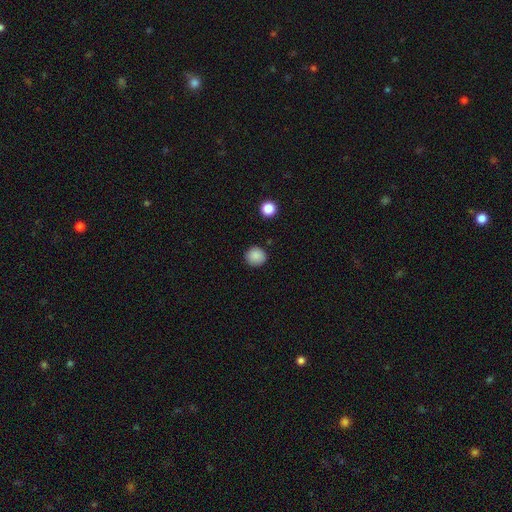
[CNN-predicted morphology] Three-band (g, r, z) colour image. It shows a smooth galaxy with no disk features (87%) that is round (91%). Merging: none (90%).